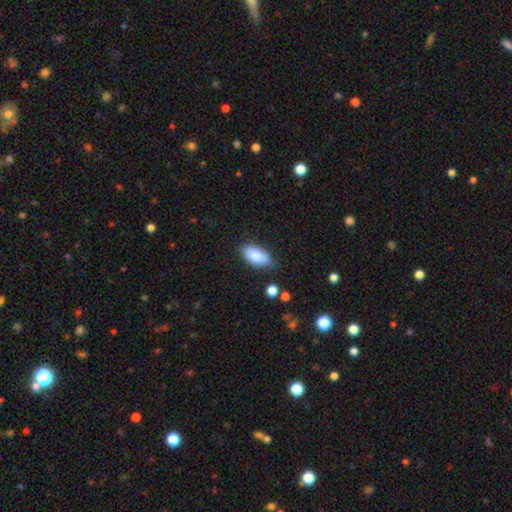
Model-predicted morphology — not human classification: A smooth galaxy with no disk features (87%) that is in between round and cigar-shaped (92%).

Vote fractions:
- Smooth or featured? smooth: 87% / star or artifact: 7% / featured or disk: 7%
- How rounded? in between: 92% / cigar-shaped: 6% / round: 3%
- Merging? none: 74% / minor disturbance: 20% / major disturbance: 4% / merger: 2%